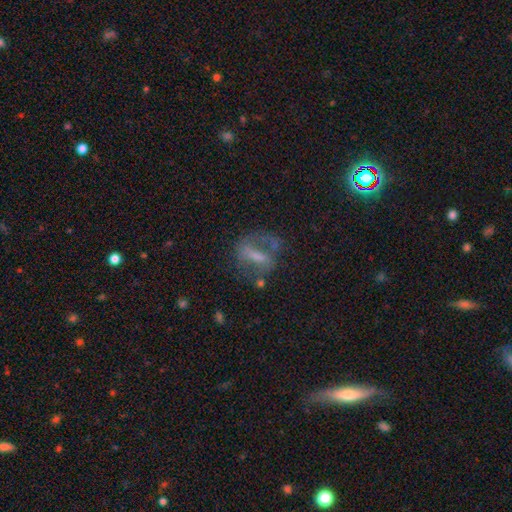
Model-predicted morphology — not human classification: The model was most divided on "merging": none: 47%, major disturbance: 27%, minor disturbance: 19%, merger: 6%. More confident: edge-on disk — no (91%); smooth or featured — featured or disk (55%).